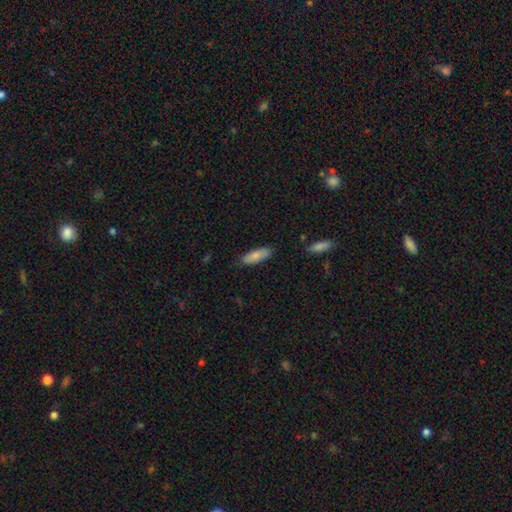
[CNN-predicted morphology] Smooth or featured?
  - smooth: 81% *
  - featured or disk: 13%
  - star or artifact: 6%
How rounded?
  - in between: 64% *
  - cigar-shaped: 35%
  - round: 2%
Merging?
  - none: 85% *
  - minor disturbance: 12%
  - major disturbance: 2%
  - merger: 1%